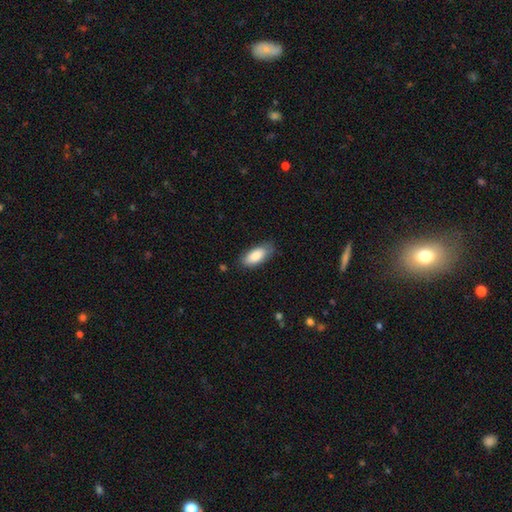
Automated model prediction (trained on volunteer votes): Smooth or featured? smooth (86%)
How rounded? in between (86%)
Merging? none (78%)